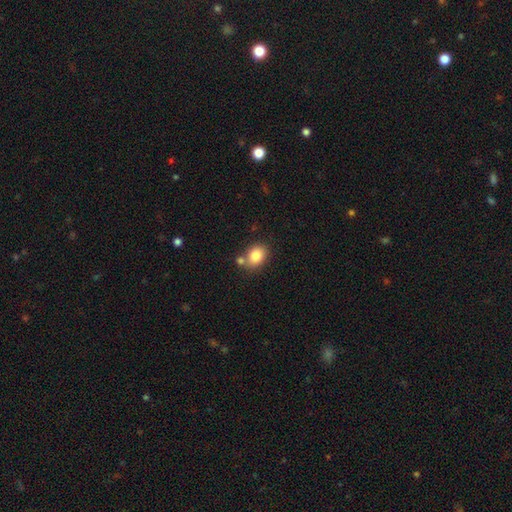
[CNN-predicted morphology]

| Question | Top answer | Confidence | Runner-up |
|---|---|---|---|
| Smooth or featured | smooth | 83% | star or artifact (9%) |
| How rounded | in between | 57% | round (42%) |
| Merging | none | 65% | merger (19%) |